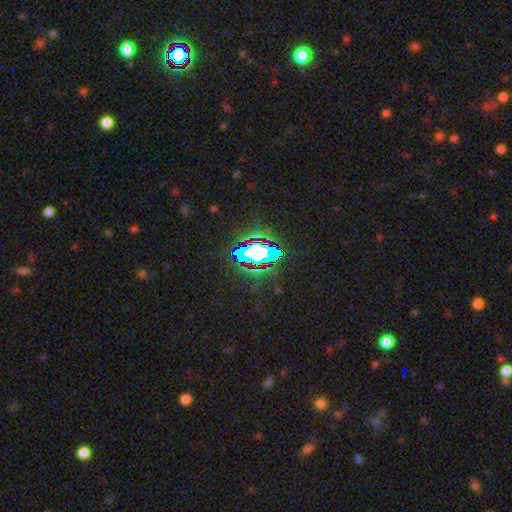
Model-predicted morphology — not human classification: Smooth or featured?
  - star or artifact: 60% *
  - smooth: 24%
  - featured or disk: 16%